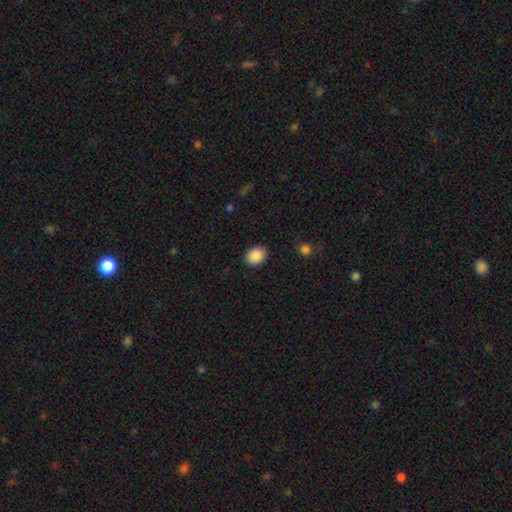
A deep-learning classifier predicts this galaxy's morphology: The model was most divided on "how rounded": in between: 63%, round: 36%, cigar-shaped: 1%. More confident: smooth or featured — smooth (89%); merging — none (89%).